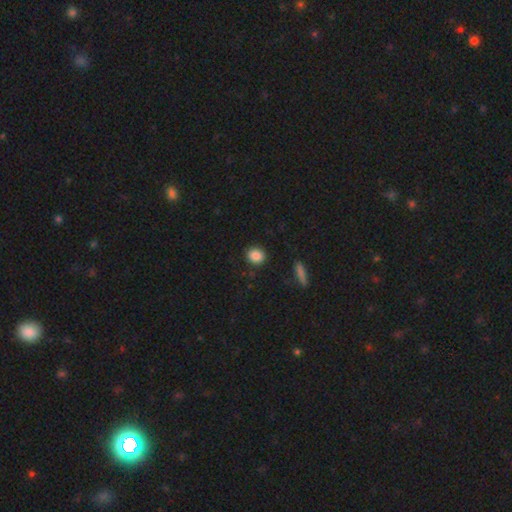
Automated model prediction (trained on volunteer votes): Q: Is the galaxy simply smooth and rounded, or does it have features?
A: smooth — 87%.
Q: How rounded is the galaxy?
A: round — 76%.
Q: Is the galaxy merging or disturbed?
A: none — 89%.